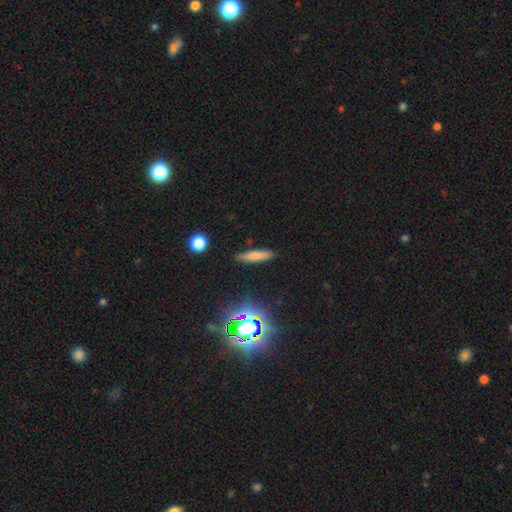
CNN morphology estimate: A smooth galaxy with no disk features (74%) that is cigar-shaped (79%). Merging: none (87%).